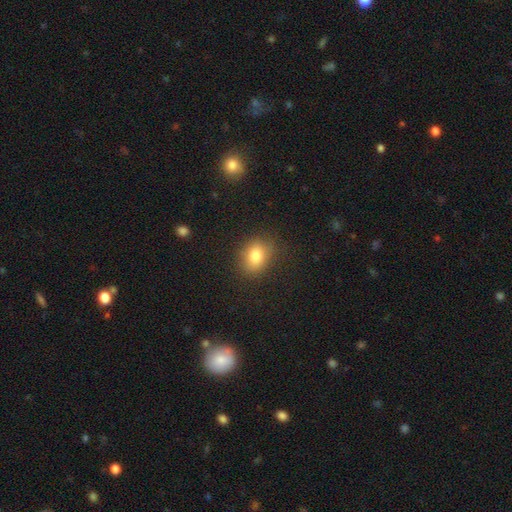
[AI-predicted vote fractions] Smooth or featured? smooth (81%)
How rounded? in between (62%)
Merging? none (81%)